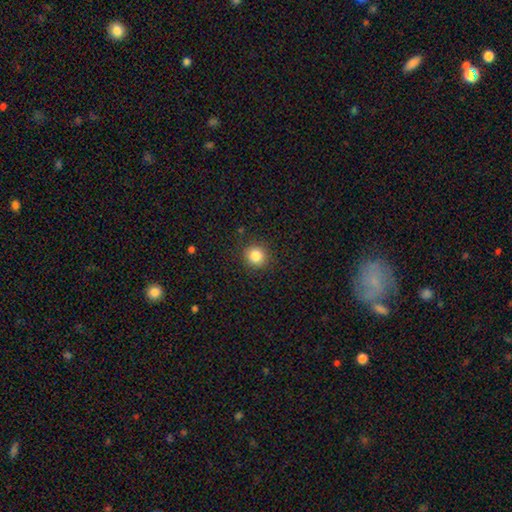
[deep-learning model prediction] smooth_or_featured: smooth (p=0.85) [alt: star or artifact p=0.10]
how_rounded: round (p=0.92) [alt: in between p=0.07]
merging: none (p=0.90) [alt: minor disturbance p=0.07]